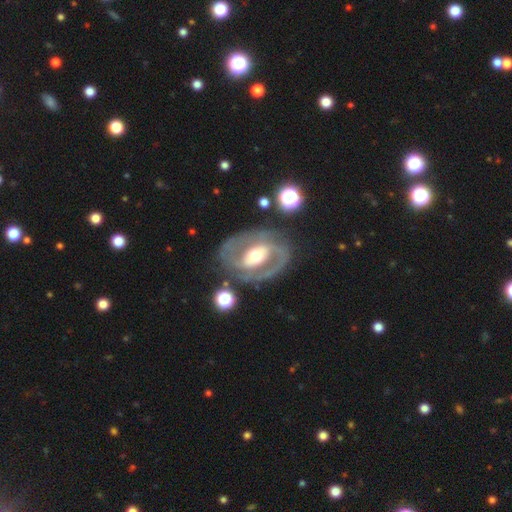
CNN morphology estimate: type=featured or disk (85%); edge-on=no (96%); bar=weak (37%); spiral arms=yes (87%); winding=medium (48%); arm count=2 (85%); bulge=moderate (68%); merging=none (74%).